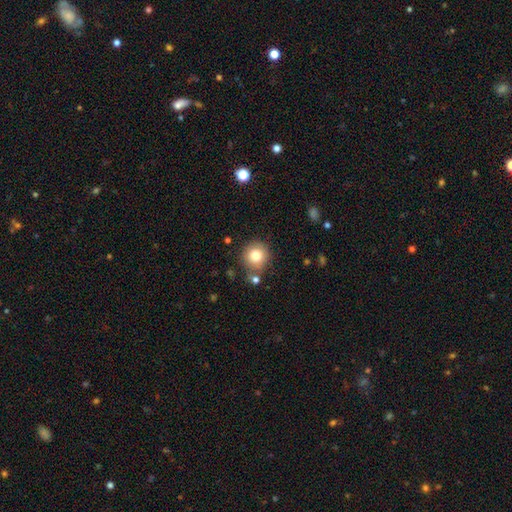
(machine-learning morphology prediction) Smooth or featured: smooth — 81% (star or artifact — 11%)
How rounded: round — 91% (in between — 8%)
Merging: none — 79% (minor disturbance — 11%)